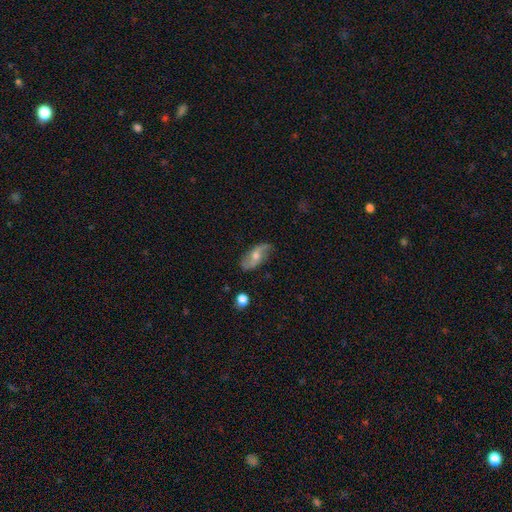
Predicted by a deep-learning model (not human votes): Smooth or featured: featured or disk — 69% (smooth — 23%)
Edge-on disk: no — 89% (yes — 11%)
Bar: no — 57% (weak — 32%)
Spiral arms: yes — 87% (no — 13%)
Spiral winding: loose — 69% (medium — 22%)
Spiral arm count: 2 — 88% (can't tell — 6%)
Bulge size: moderate — 62% (small — 31%)
Merging: none — 76% (minor disturbance — 18%)